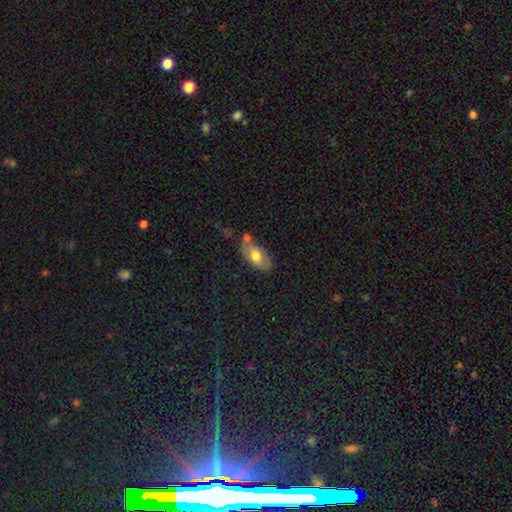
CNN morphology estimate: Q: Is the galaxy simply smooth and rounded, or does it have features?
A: smooth — 64%.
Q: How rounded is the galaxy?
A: in between — 90%.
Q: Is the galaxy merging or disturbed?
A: none — 56%.